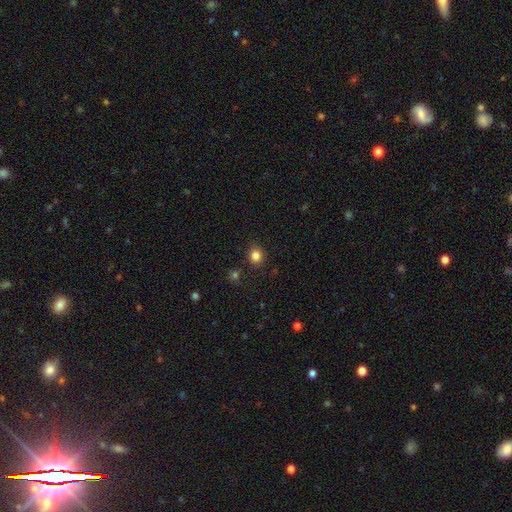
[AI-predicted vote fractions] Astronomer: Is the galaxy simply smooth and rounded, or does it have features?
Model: smooth — 84%.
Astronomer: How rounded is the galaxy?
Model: round — 78%.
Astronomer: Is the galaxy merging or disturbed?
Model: none — 87%.